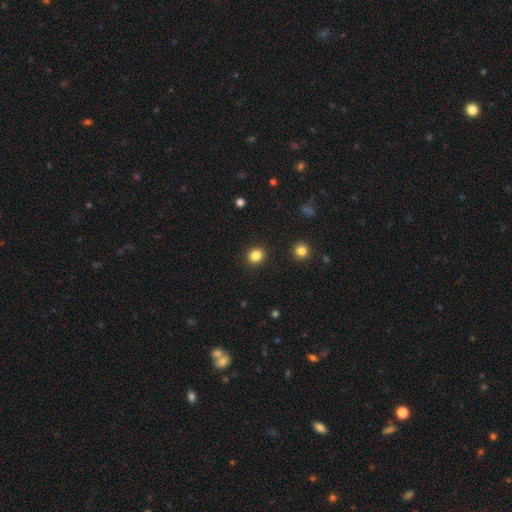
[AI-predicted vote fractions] Morphology: type=smooth (83%); roundness=round (83%); merging=none (92%).